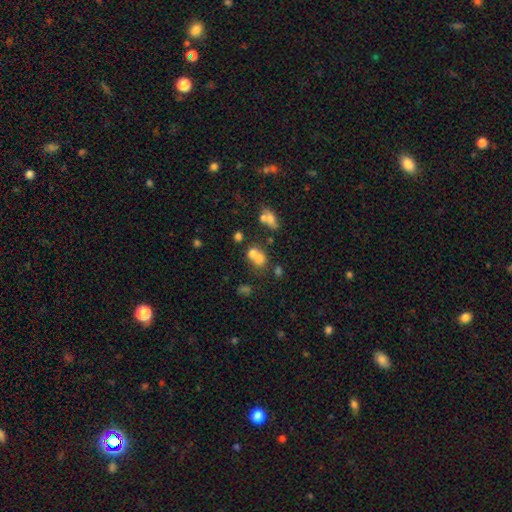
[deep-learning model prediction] A smooth galaxy with no disk features (65%) that is round (65%).

Vote fractions:
- Smooth or featured? smooth: 65% / featured or disk: 19% / star or artifact: 16%
- How rounded? round: 65% / in between: 34% / cigar-shaped: 1%
- Merging? merger: 58% / none: 30% / minor disturbance: 7% / major disturbance: 4%